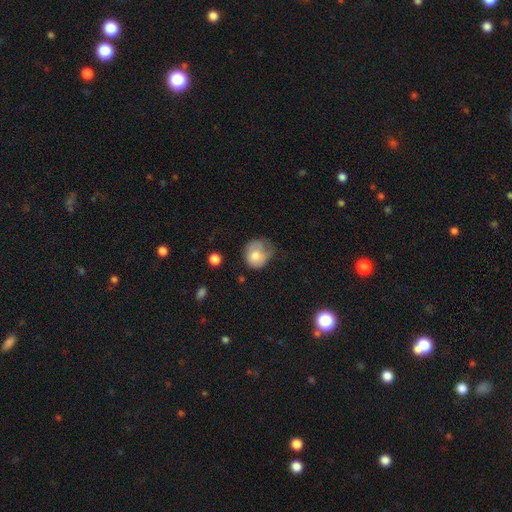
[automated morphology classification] A smooth galaxy with no disk features (70%) that is round (74%). Merging: minor disturbance (38%).